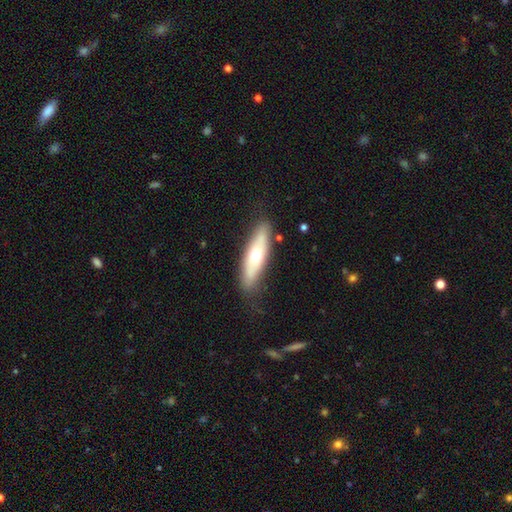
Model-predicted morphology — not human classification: smooth_or_featured: smooth (p=0.53) [alt: featured or disk p=0.41]
how_rounded: cigar-shaped (p=0.56) [alt: in between p=0.42]
merging: none (p=0.81) [alt: minor disturbance p=0.14]